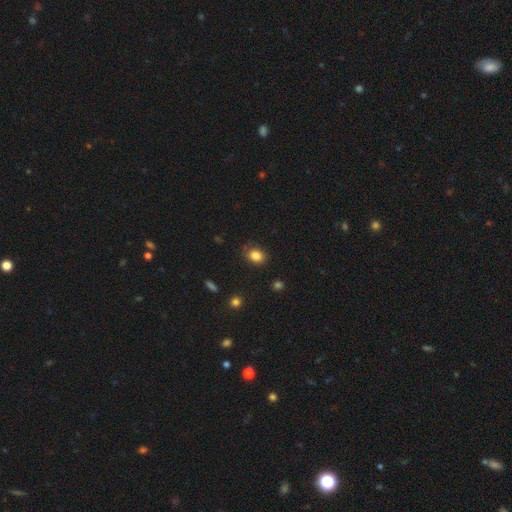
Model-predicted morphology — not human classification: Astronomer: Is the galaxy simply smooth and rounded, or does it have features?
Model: smooth — 84%.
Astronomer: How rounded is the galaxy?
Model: in between — 52% (runner-up: round, 47%).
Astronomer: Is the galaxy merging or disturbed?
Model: none — 73%.